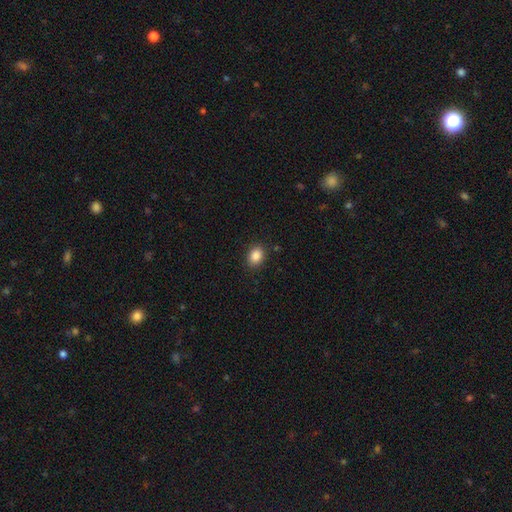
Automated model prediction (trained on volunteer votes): A smooth galaxy with no disk features (87%) that is in between round and cigar-shaped (57%). Merging: none (87%).